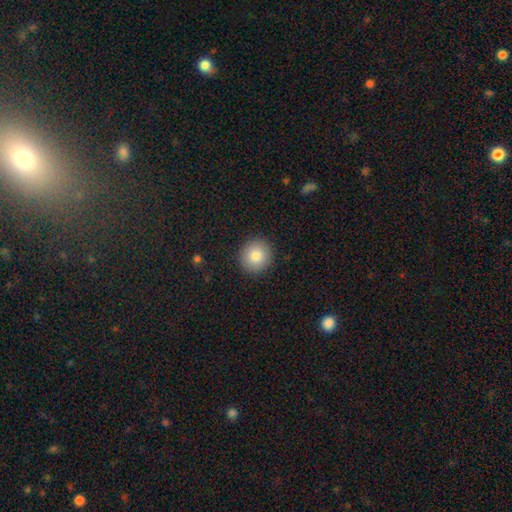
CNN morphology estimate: type=smooth (84%); roundness=round (89%); merging=none (91%).